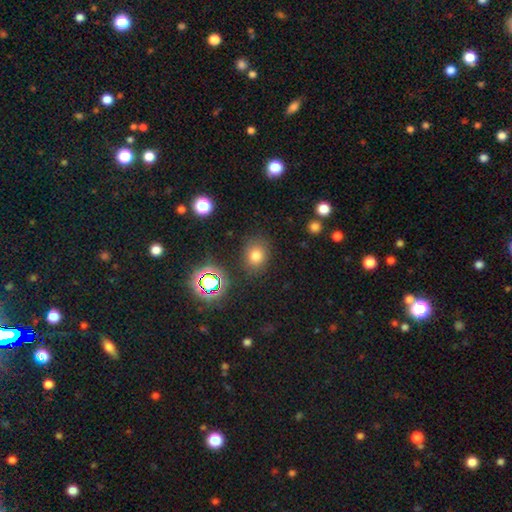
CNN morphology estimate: Overall: smooth (74%). How rounded: round (62%; in between 37%). Merging: none (82%).